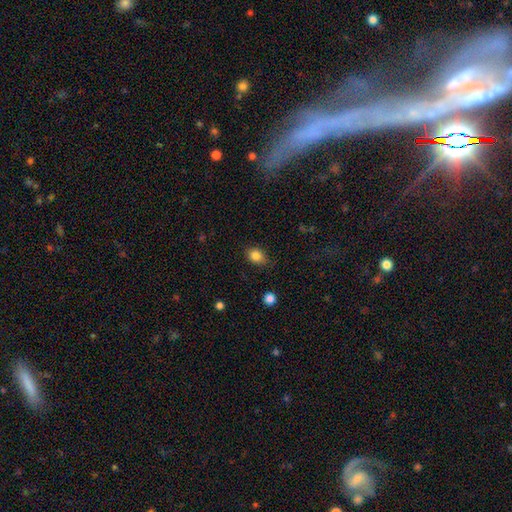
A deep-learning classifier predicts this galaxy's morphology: Q: Smooth or featured?
A: smooth (84%); runner-up: star or artifact (10%)
Q: How rounded?
A: in between (62%); runner-up: round (37%)
Q: Merging?
A: none (80%); runner-up: minor disturbance (15%)